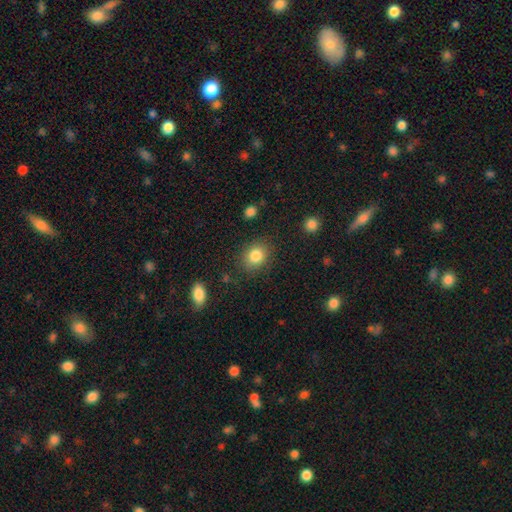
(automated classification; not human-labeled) Overall: smooth (84%). How rounded: round (58%; in between 41%). Merging: none (83%).